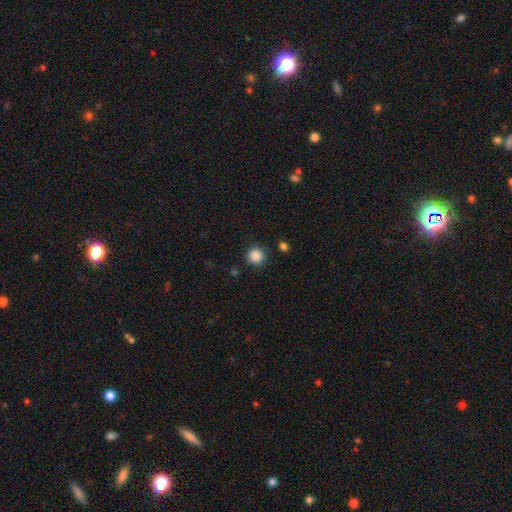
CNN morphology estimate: This is clearly a smooth galaxy (87%). How rounded: clearly round (94%). Merging: clearly none (89%).